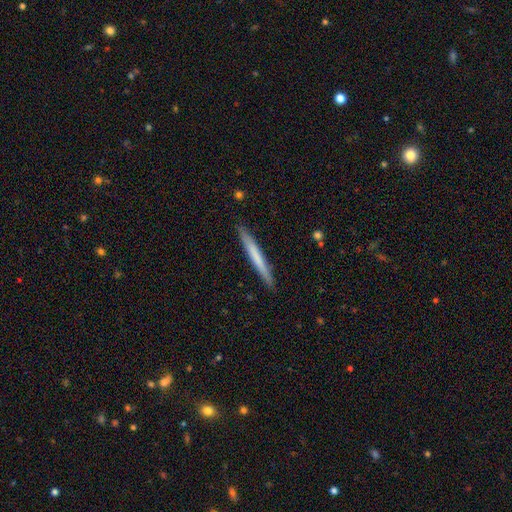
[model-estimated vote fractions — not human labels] A smooth galaxy with no disk features (63%) that is cigar-shaped (97%). Merging: none (91%).